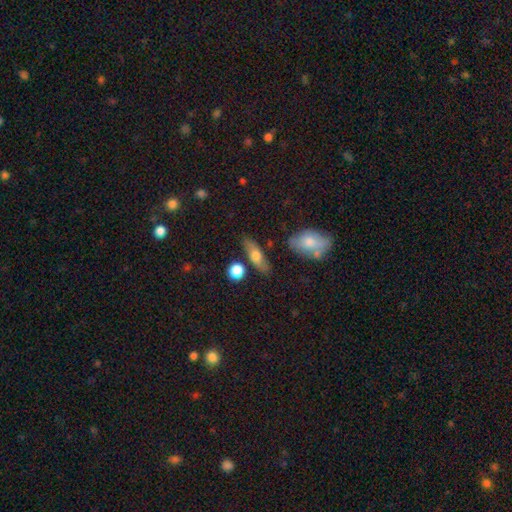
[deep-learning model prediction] smooth_or_featured: smooth (p=0.61) [alt: featured or disk p=0.32]
how_rounded: in between (p=0.53) [alt: cigar-shaped p=0.39]
merging: none (p=0.79) [alt: minor disturbance p=0.13]